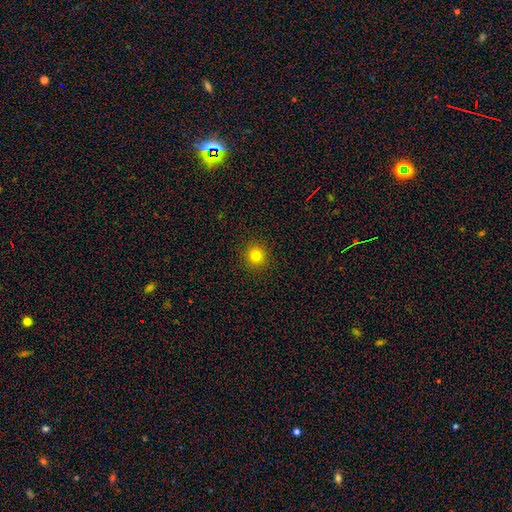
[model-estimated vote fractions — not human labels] smooth 79%, star or artifact 15%, featured or disk 6%. Down the decision tree: how rounded — round (93%); merging — none (92%).